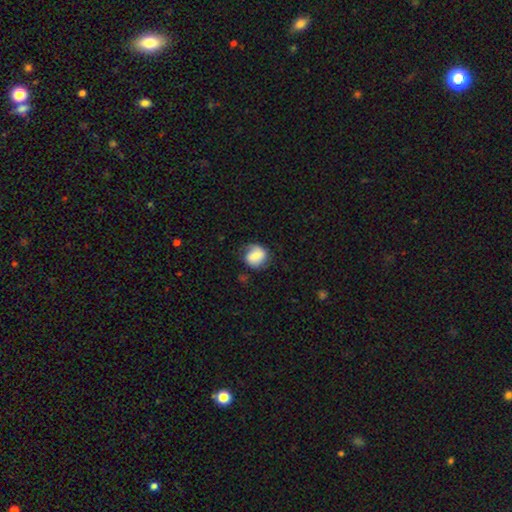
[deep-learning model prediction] This is likely a smooth galaxy (63%). How rounded: likely round (75%). Merging: likely none (65%).